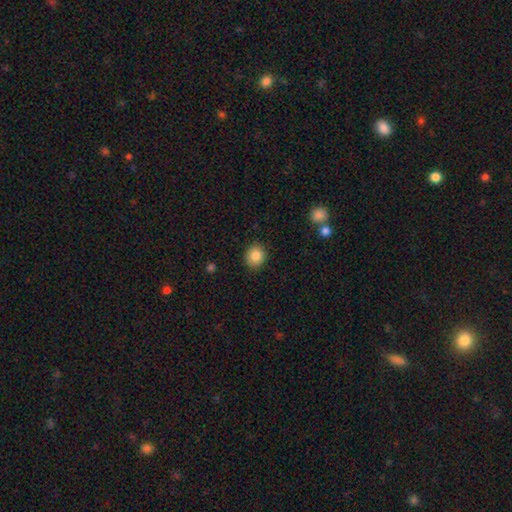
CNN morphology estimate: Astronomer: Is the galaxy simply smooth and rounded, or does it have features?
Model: smooth — 84%.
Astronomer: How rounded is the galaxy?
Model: round — 79%.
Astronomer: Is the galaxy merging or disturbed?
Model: none — 89%.